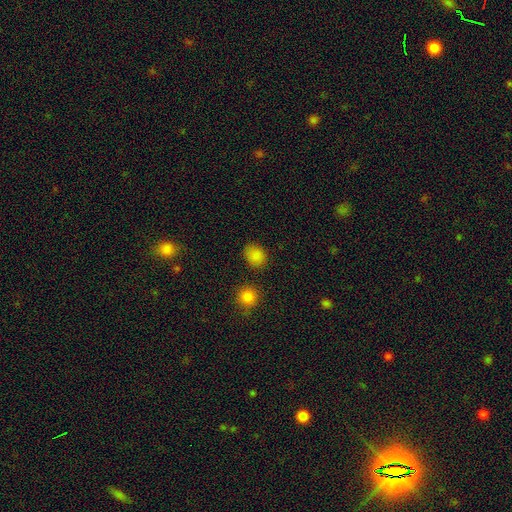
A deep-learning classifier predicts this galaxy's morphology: This is clearly a smooth galaxy (84%). How rounded: possibly round (55%). Merging: clearly none (83%).